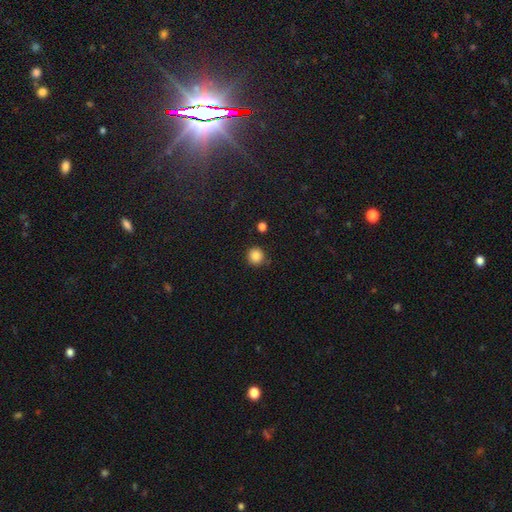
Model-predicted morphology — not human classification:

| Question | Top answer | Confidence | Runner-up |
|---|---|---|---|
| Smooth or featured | smooth | 86% | star or artifact (11%) |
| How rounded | round | 93% | in between (6%) |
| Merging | none | 85% | minor disturbance (9%) |